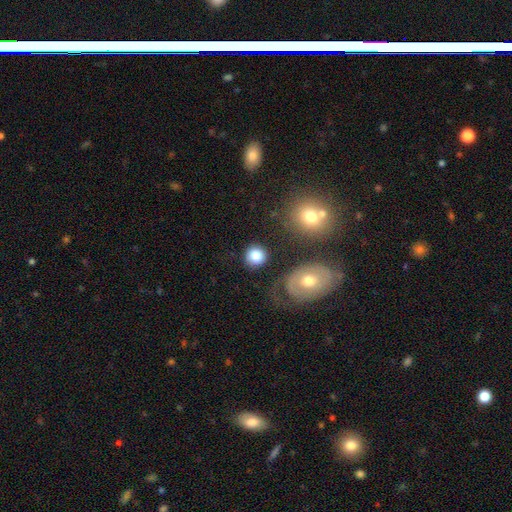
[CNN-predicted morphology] Smooth or featured?
  - smooth: 81% *
  - featured or disk: 10%
  - star or artifact: 8%
How rounded?
  - round: 87% *
  - in between: 12%
  - cigar-shaped: 1%
Merging?
  - none: 76% *
  - minor disturbance: 11%
  - major disturbance: 6%
  - merger: 6%